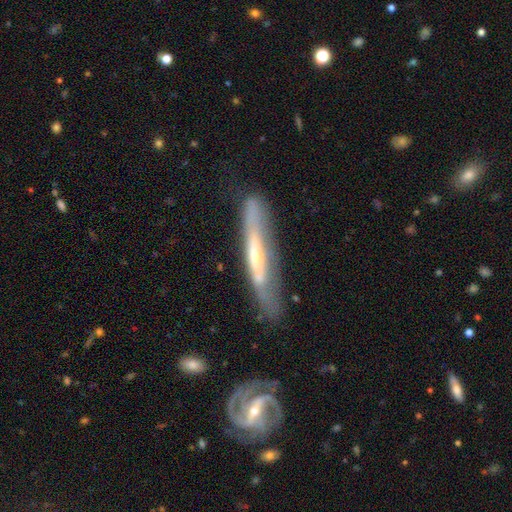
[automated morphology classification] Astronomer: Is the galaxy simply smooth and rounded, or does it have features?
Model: featured or disk — 65%.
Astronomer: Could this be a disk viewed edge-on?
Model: yes — 74%.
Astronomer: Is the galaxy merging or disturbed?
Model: none — 68%.